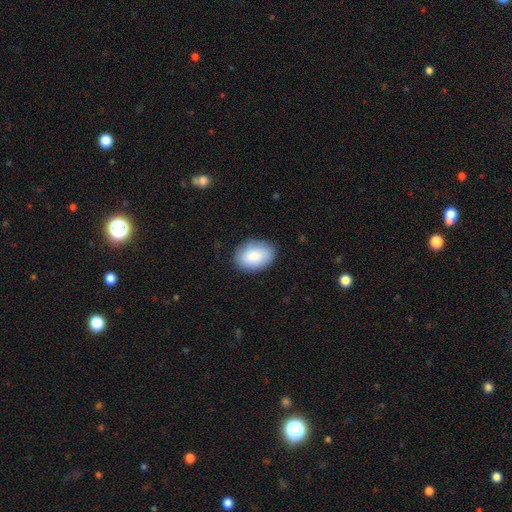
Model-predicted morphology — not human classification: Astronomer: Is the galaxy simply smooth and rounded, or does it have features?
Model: smooth — 87%.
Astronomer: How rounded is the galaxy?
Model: in between — 82%.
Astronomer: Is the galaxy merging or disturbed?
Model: none — 83%.